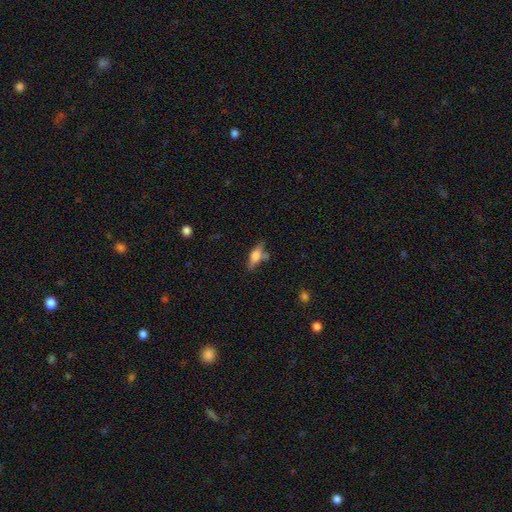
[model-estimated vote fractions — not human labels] Morphology: type=smooth (60%); roundness=in between (60%); merging=none (62%).